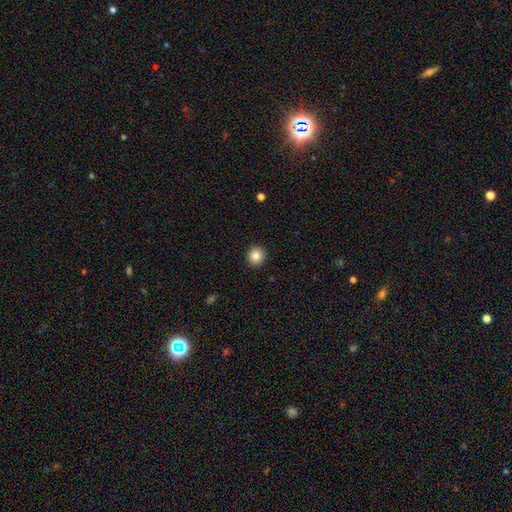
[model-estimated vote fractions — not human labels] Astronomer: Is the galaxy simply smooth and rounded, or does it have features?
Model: smooth — 85%.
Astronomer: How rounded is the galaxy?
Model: round — 93%.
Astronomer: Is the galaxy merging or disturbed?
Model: none — 93%.